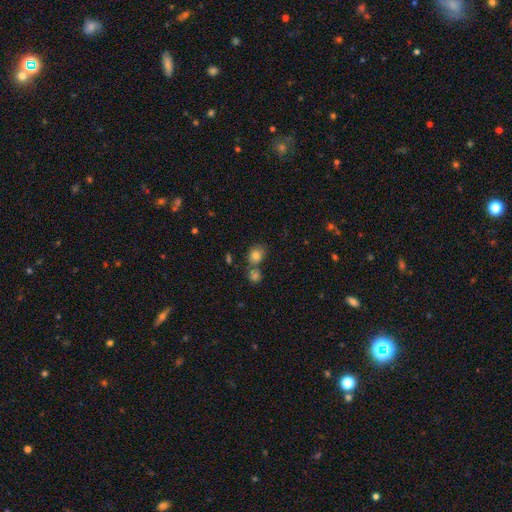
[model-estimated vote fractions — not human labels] smooth-or-featured: smooth: 80% | star or artifact: 12% | featured or disk: 8%
  how-rounded: round: 55% | in between: 44% | cigar-shaped: 1%
  merging: none: 56% | merger: 28% | minor disturbance: 13% | major disturbance: 4%